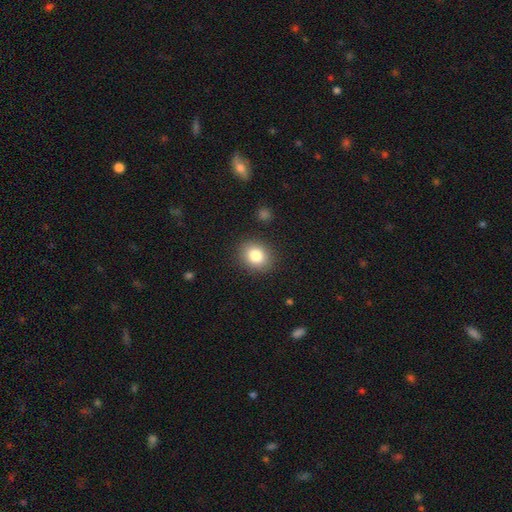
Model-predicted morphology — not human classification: smooth-or-featured: smooth: 83% | star or artifact: 10% | featured or disk: 8%
  how-rounded: round: 59% | in between: 40% | cigar-shaped: 1%
  merging: none: 88% | minor disturbance: 8% | major disturbance: 3% | merger: 1%